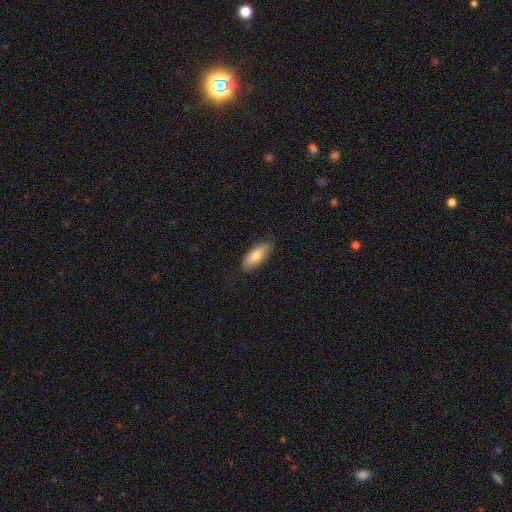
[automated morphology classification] Smooth or featured: smooth — 79% (featured or disk — 16%)
How rounded: in between — 80% (cigar-shaped — 18%)
Merging: none — 81% (minor disturbance — 15%)